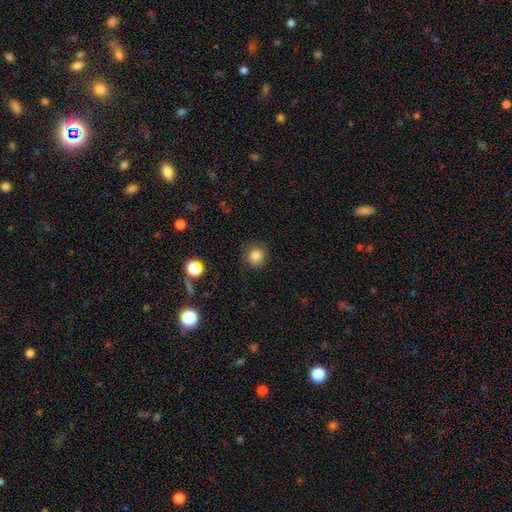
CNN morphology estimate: smooth-or-featured: smooth: 82% | star or artifact: 12% | featured or disk: 5%
  how-rounded: round: 88% | in between: 11% | cigar-shaped: 1%
  merging: none: 87% | minor disturbance: 9% | major disturbance: 3% | merger: 1%